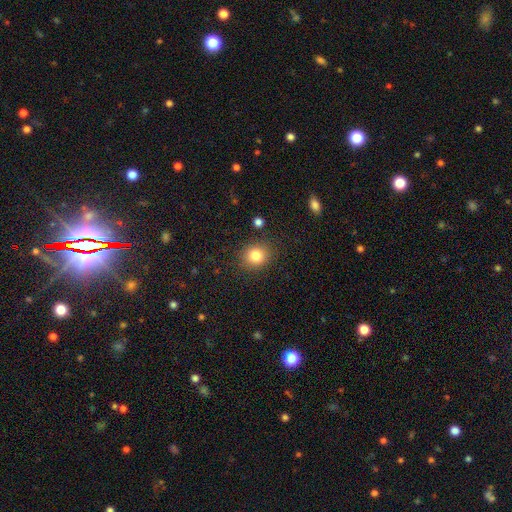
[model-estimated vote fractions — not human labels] This is clearly a smooth galaxy (82%). How rounded: likely round (79%). Merging: clearly none (86%).